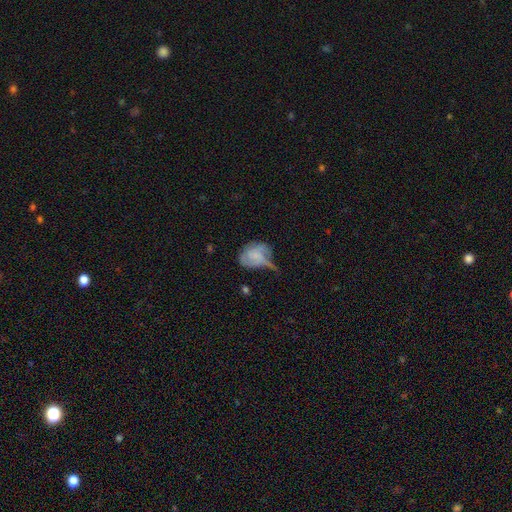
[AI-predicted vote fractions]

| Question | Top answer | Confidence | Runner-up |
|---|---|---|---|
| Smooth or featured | smooth | 47% | featured or disk (44%) |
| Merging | major disturbance | 38% | minor disturbance (32%) |